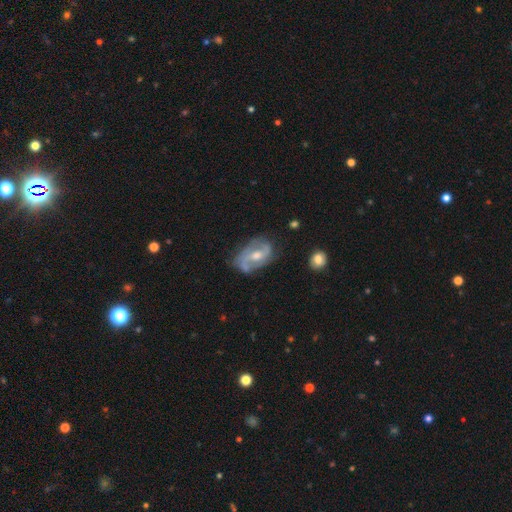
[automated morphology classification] This appears to be a featured or disk galaxy (77%) with a weak bar (46%), 2 (75%) medium (45%) spiral arms (86%) and a moderate central bulge (68%). Merging: none (57%).